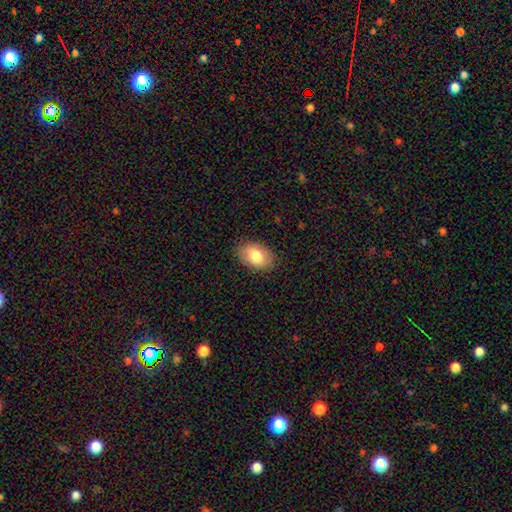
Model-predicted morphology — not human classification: This is likely a smooth galaxy (80%). How rounded: clearly in between (90%). Merging: clearly none (86%).